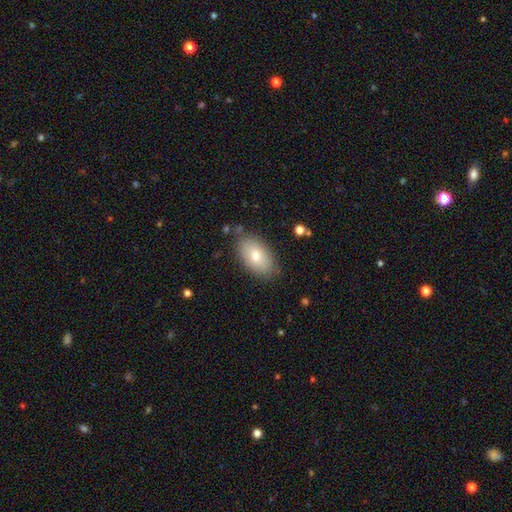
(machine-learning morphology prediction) Smooth or featured?
  - smooth: 77% *
  - featured or disk: 16%
  - star or artifact: 7%
How rounded?
  - in between: 93% *
  - round: 5%
  - cigar-shaped: 2%
Merging?
  - none: 81% *
  - minor disturbance: 14%
  - major disturbance: 3%
  - merger: 2%